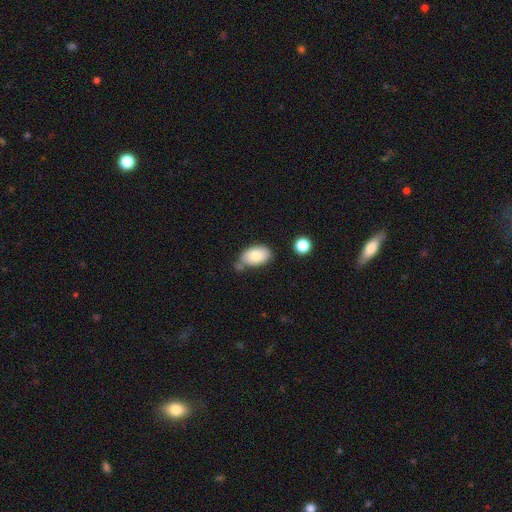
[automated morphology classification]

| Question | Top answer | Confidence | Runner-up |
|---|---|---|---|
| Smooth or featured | smooth | 81% | featured or disk (12%) |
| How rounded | in between | 92% | round (7%) |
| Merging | none | 59% | minor disturbance (23%) |